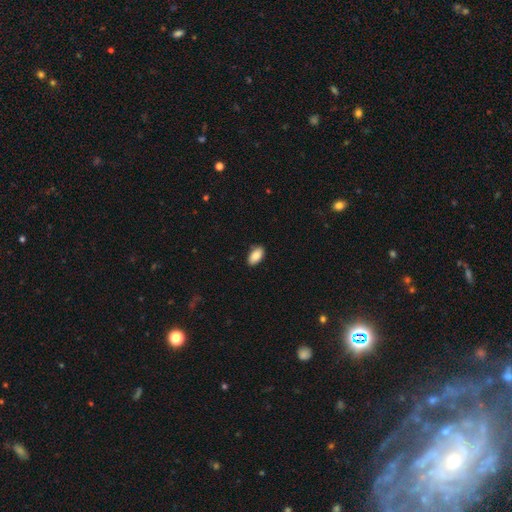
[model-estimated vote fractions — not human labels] Q: Smooth or featured?
A: smooth (88%); runner-up: star or artifact (7%)
Q: How rounded?
A: in between (94%); runner-up: round (3%)
Q: Merging?
A: none (86%); runner-up: minor disturbance (11%)